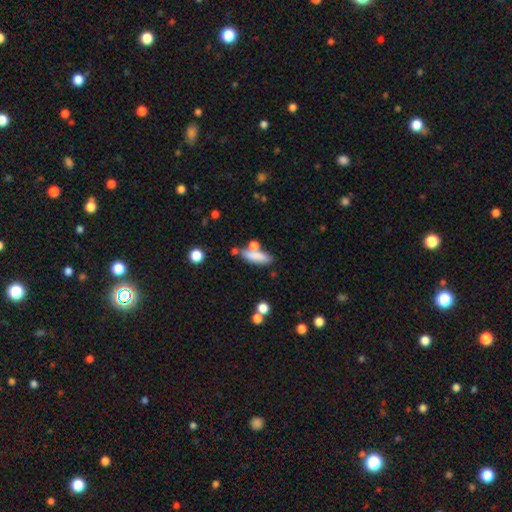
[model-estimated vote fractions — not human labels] Smooth or featured?
  - smooth: 78% *
  - featured or disk: 13%
  - star or artifact: 8%
How rounded?
  - cigar-shaped: 51% *
  - in between: 46%
  - round: 3%
Merging?
  - none: 56% *
  - merger: 21%
  - minor disturbance: 16%
  - major disturbance: 6%